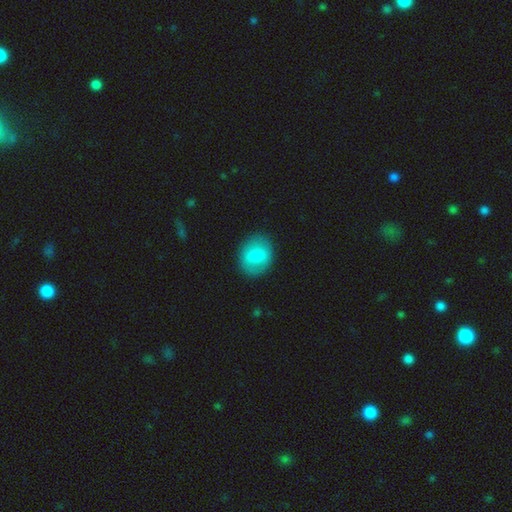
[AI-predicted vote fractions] Smooth or featured: smooth — 69% (featured or disk — 24%)
How rounded: round — 54% (in between — 44%)
Merging: none — 87% (minor disturbance — 9%)